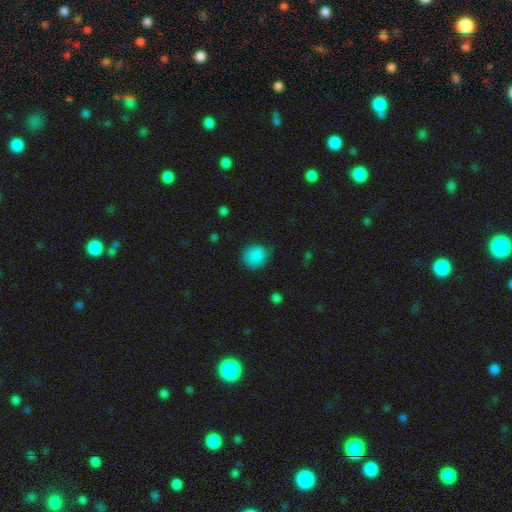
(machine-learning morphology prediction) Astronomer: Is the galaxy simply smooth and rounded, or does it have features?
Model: smooth — 87%.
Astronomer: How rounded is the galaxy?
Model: round — 86%.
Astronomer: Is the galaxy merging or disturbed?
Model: none — 77%.